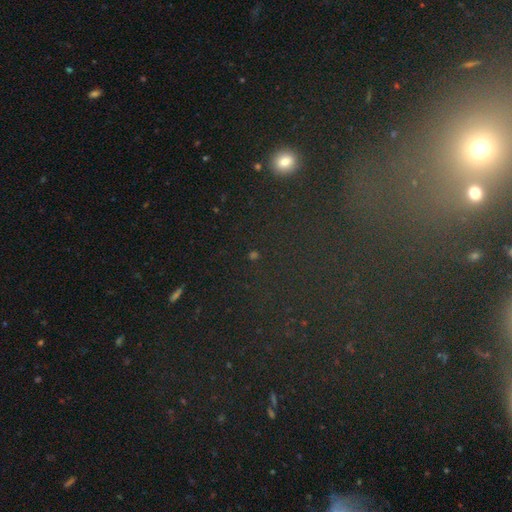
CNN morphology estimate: A star or artifact, not a galaxy (56%).

Vote fractions:
- Smooth or featured? star or artifact: 56% / smooth: 35% / featured or disk: 9%